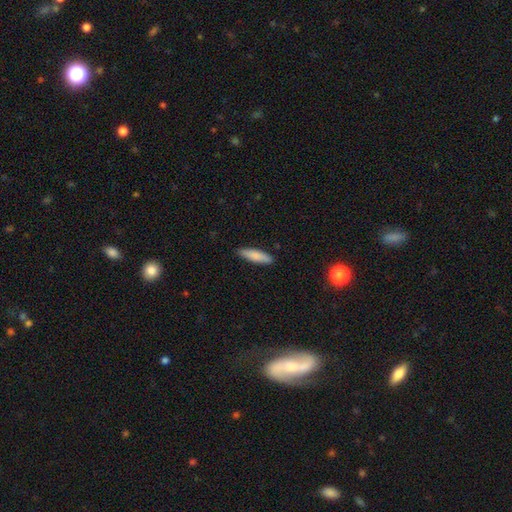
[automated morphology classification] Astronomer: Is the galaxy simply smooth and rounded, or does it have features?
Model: smooth — 84%.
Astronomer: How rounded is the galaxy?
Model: cigar-shaped — 68%.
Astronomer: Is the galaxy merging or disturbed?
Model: none — 88%.